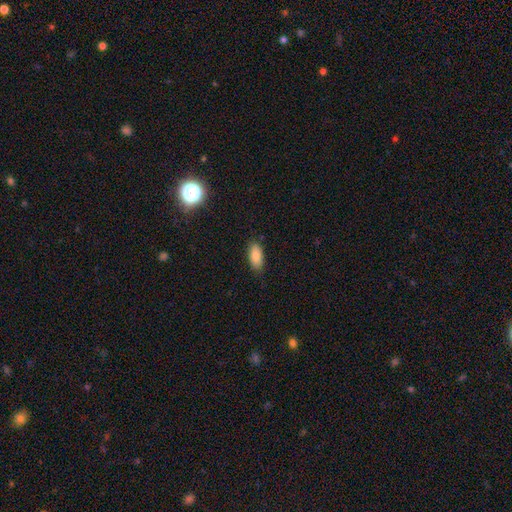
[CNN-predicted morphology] Overall: smooth (85%). How rounded: in between (89%). Merging: none (84%).